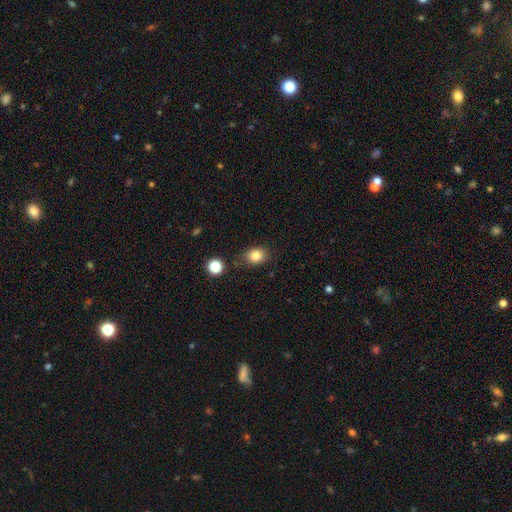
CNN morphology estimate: Smooth or featured? smooth (83%)
How rounded? round (51%)
Merging? none (80%)